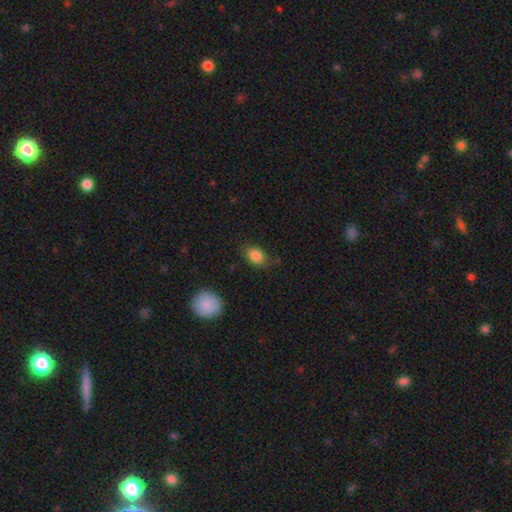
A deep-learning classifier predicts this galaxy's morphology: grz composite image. It shows a smooth galaxy with no disk features (86%) that is in between round and cigar-shaped (75%). Merging: none (76%).